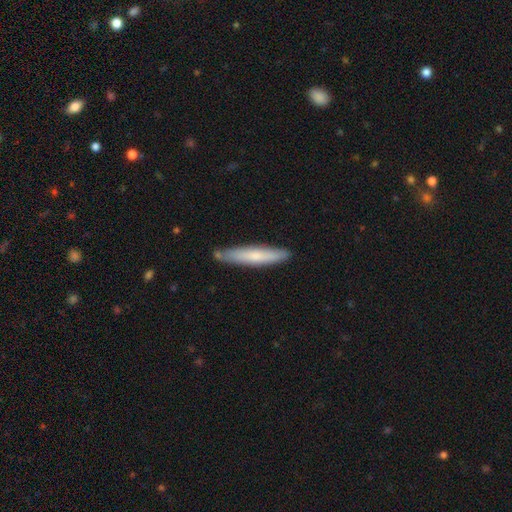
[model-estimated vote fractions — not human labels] This is likely a smooth galaxy (66%). How rounded: clearly cigar-shaped (91%). Merging: clearly none (81%).